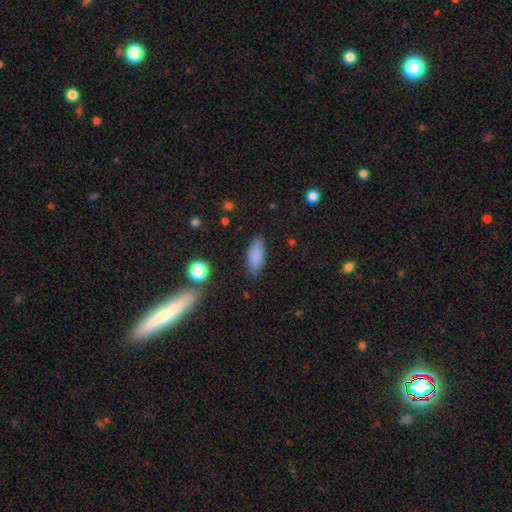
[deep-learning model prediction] This is clearly a smooth galaxy (85%). How rounded: likely in between (77%). Merging: clearly none (83%).